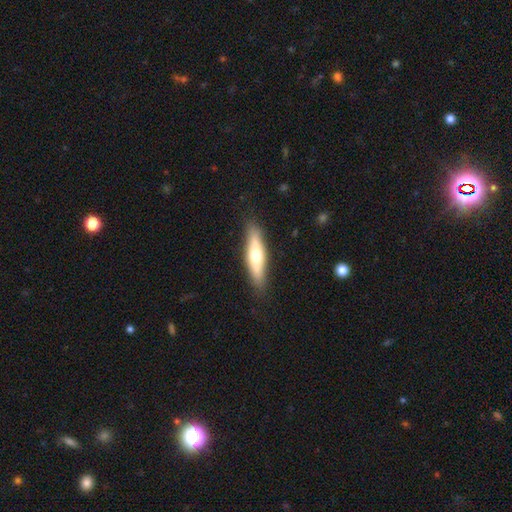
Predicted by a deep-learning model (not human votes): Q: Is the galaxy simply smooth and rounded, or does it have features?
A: smooth — 55%.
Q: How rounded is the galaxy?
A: cigar-shaped — 70%.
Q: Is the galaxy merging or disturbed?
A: none — 86%.